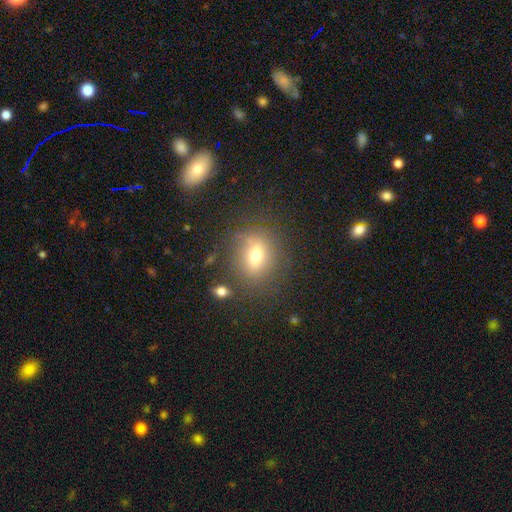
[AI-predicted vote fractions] Morphology: type=smooth (66%); roundness=round (51%); merging=none (75%).